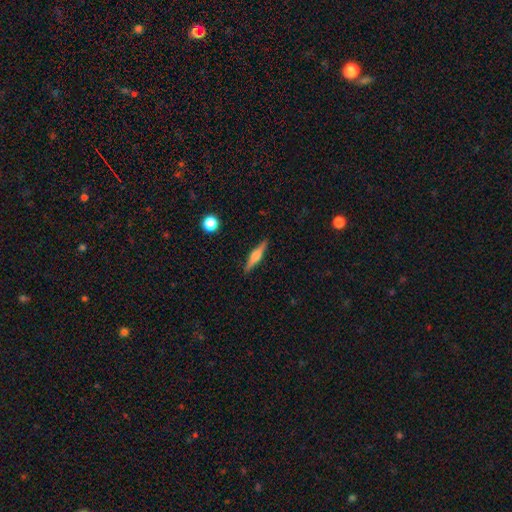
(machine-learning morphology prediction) A featured or disk galaxy (67%) viewed edge-on (98%) with a rounded central bulge (80%).

Vote fractions:
- Smooth or featured? featured or disk: 67% / smooth: 26% / star or artifact: 7%
- Edge-on disk? yes: 98% / no: 2%
- Edge-on bulge? rounded: 80% / boxy: 16% / none: 4%
- Merging? none: 90% / minor disturbance: 7% / major disturbance: 2% / merger: 1%